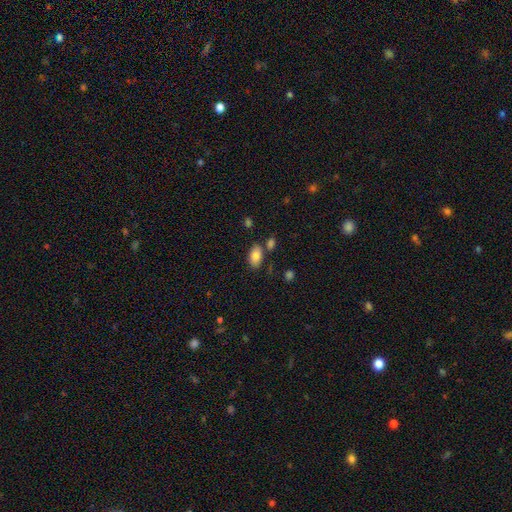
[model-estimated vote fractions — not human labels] This is clearly a smooth galaxy (83%). How rounded: clearly in between (93%). Merging: likely none (75%).